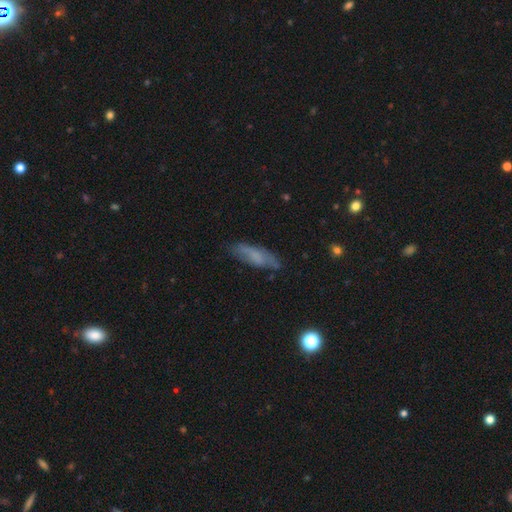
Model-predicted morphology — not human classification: Overall: smooth (60%; featured or disk 30%). How rounded: cigar-shaped (57%; in between 41%). Merging: none (70%).